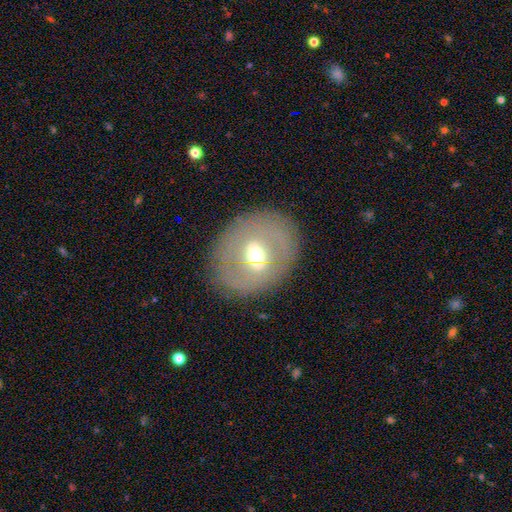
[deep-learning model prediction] Q: Smooth or featured?
A: featured or disk (56%); runner-up: smooth (34%)
Q: Edge-on disk?
A: no (82%); runner-up: yes (18%)
Q: Merging?
A: none (82%); runner-up: minor disturbance (11%)